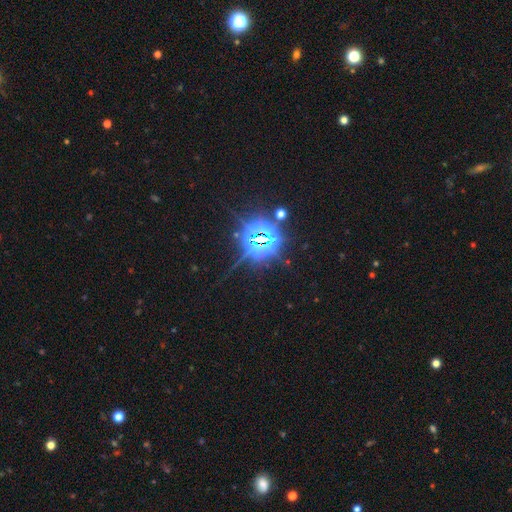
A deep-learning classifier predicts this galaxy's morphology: type=star or artifact (86%).